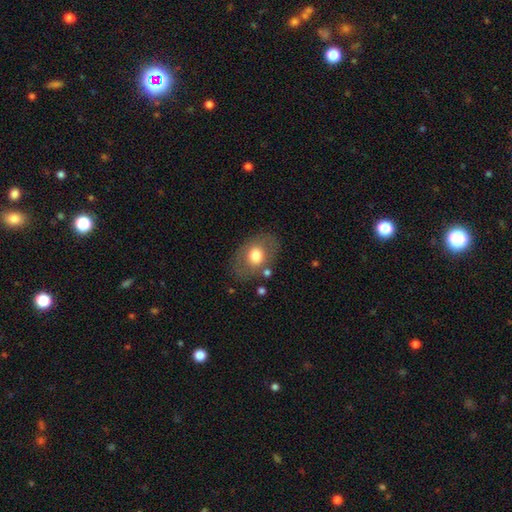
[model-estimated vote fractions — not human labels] Q: Smooth or featured?
A: smooth (66%); runner-up: featured or disk (27%)
Q: How rounded?
A: in between (73%); runner-up: round (26%)
Q: Merging?
A: none (75%); runner-up: minor disturbance (15%)